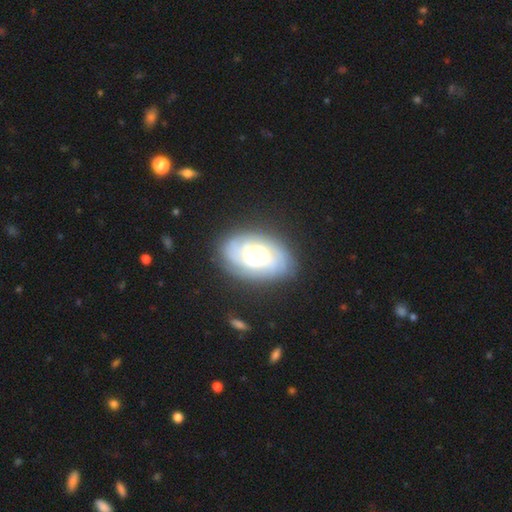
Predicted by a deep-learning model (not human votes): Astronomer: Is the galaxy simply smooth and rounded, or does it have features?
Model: featured or disk — 69%.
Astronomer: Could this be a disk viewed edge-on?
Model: no — 96%.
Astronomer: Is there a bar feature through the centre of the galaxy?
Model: no — 67%.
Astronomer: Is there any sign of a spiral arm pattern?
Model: yes — 90%.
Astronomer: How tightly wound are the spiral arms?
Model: tight — 60%.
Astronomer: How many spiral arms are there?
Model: can't tell — 39% (runner-up: 3, 20%).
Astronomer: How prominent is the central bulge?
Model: large — 47% (runner-up: moderate, 38%).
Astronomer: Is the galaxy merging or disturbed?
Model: none — 78%.